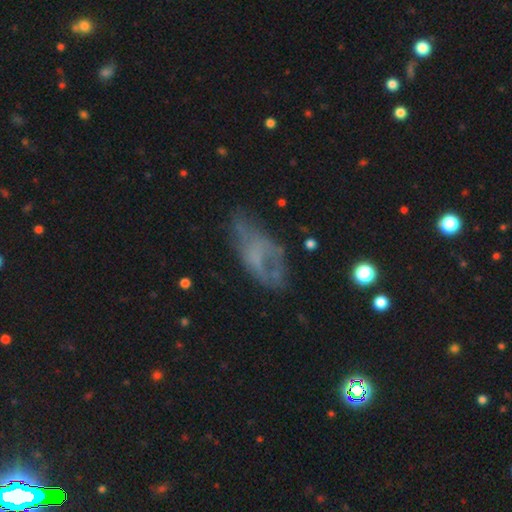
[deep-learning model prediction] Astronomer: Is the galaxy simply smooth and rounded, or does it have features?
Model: featured or disk — 50% (runner-up: smooth, 36%).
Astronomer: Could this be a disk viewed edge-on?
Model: no — 90%.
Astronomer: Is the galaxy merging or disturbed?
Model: none — 44% (runner-up: major disturbance, 27%).